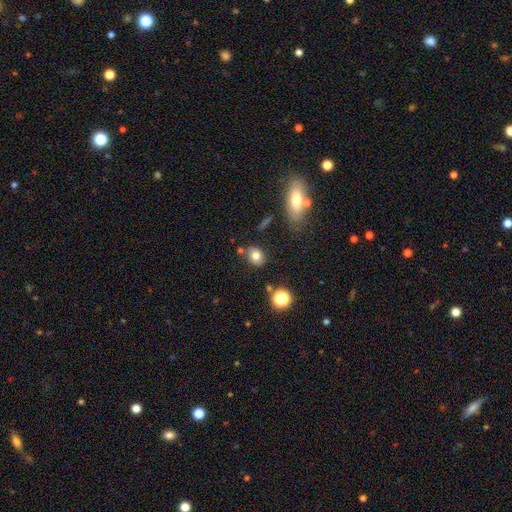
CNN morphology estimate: Q: Smooth or featured?
A: smooth (78%); runner-up: star or artifact (12%)
Q: How rounded?
A: round (57%); runner-up: in between (42%)
Q: Merging?
A: none (76%); runner-up: minor disturbance (13%)